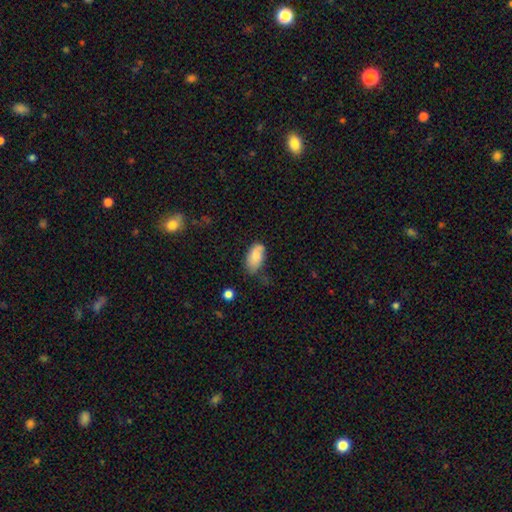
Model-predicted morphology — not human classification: Q: Smooth or featured?
A: smooth (81%); runner-up: featured or disk (12%)
Q: How rounded?
A: in between (93%); runner-up: round (4%)
Q: Merging?
A: none (50%); runner-up: minor disturbance (35%)